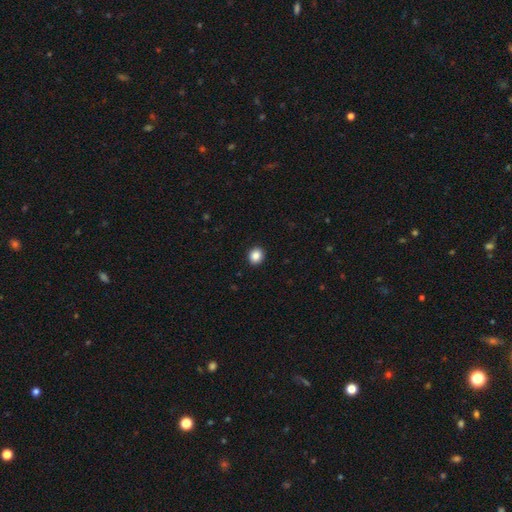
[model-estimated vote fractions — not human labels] smooth 87%, star or artifact 9%, featured or disk 3%. Down the decision tree: how rounded — round (77%); merging — none (93%).